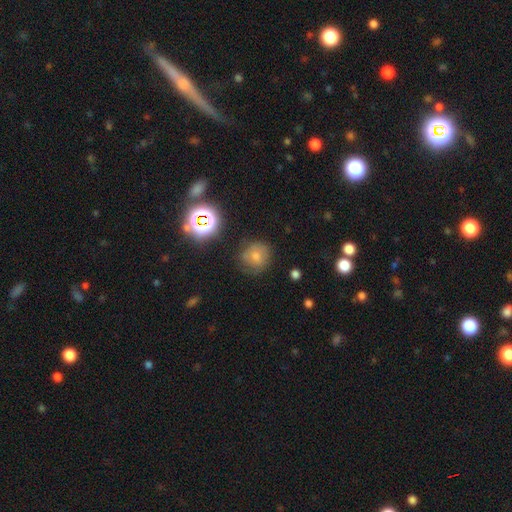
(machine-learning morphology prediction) This is likely a smooth galaxy (64%). How rounded: clearly round (82%). Merging: likely none (67%).